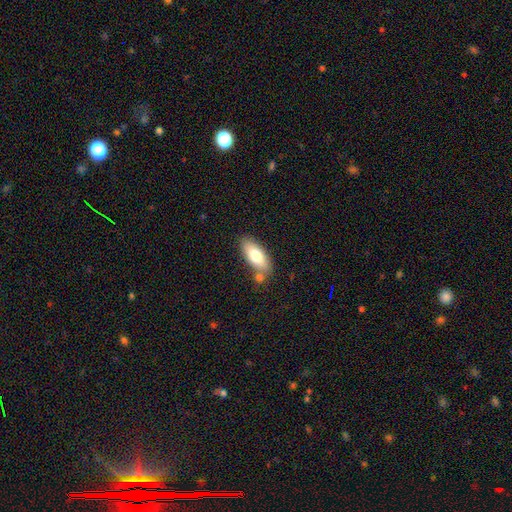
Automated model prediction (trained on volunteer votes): smooth_or_featured: smooth (p=0.74) [alt: featured or disk p=0.19]
how_rounded: in between (p=0.84) [alt: cigar-shaped p=0.14]
merging: none (p=0.71) [alt: minor disturbance p=0.14]